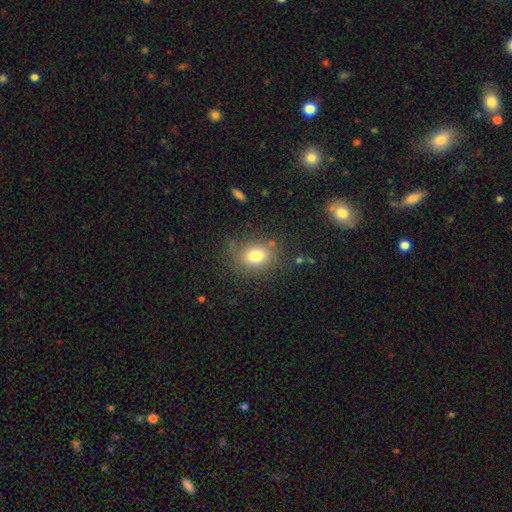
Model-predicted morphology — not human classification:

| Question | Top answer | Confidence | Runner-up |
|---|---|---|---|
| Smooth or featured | smooth | 77% | star or artifact (12%) |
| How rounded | round | 54% | in between (45%) |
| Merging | none | 78% | minor disturbance (14%) |